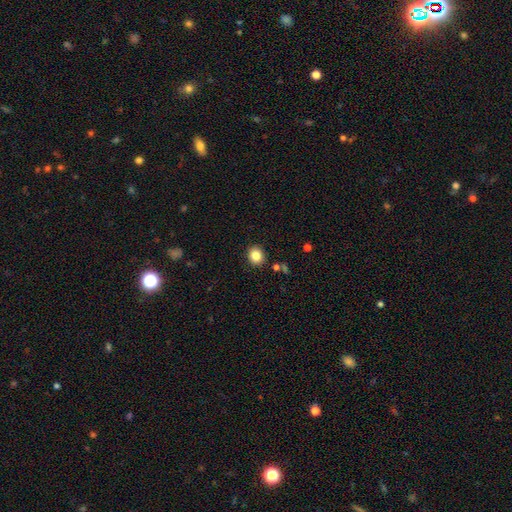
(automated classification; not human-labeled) A smooth galaxy with no disk features (85%) that is round (79%).

Vote fractions:
- Smooth or featured? smooth: 85% / star or artifact: 10% / featured or disk: 5%
- How rounded? round: 79% / in between: 20% / cigar-shaped: 1%
- Merging? none: 89% / minor disturbance: 7% / merger: 2% / major disturbance: 2%